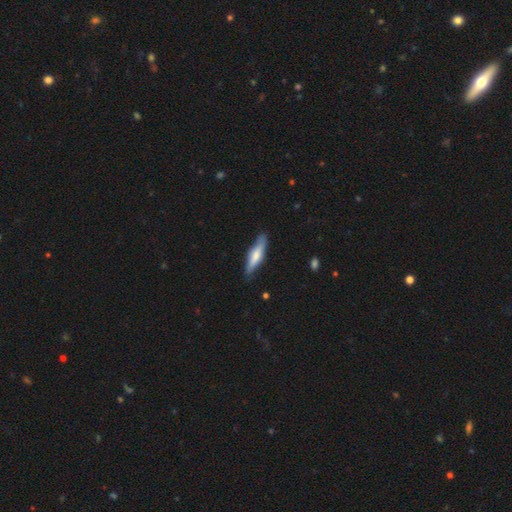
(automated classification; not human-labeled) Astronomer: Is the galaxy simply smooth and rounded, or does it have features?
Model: smooth — 59% (runner-up: featured or disk, 36%).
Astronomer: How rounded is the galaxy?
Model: cigar-shaped — 75%.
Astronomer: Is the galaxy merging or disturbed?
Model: none — 81%.